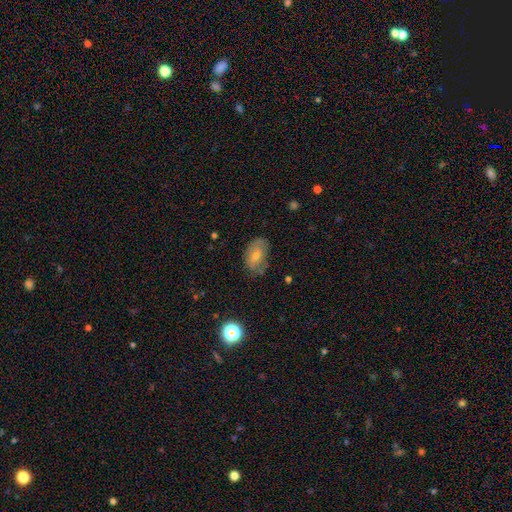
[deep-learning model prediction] smooth_or_featured: smooth (p=0.52) [alt: featured or disk p=0.35]
how_rounded: in between (p=0.84) [alt: round p=0.14]
merging: none (p=0.68) [alt: minor disturbance p=0.23]